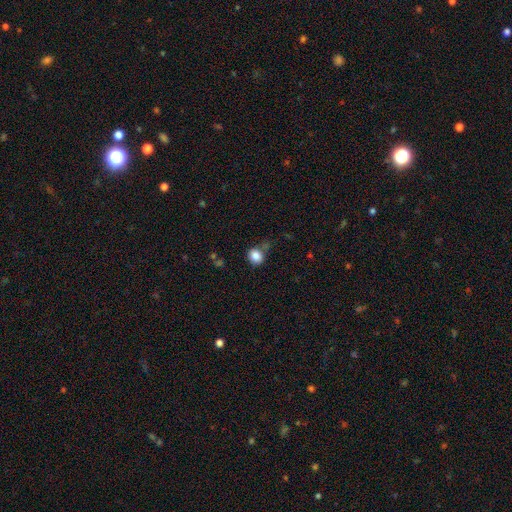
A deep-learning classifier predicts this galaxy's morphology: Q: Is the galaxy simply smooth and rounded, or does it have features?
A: smooth — 84%.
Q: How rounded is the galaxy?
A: round — 82%.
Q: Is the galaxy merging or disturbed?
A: none — 68%.